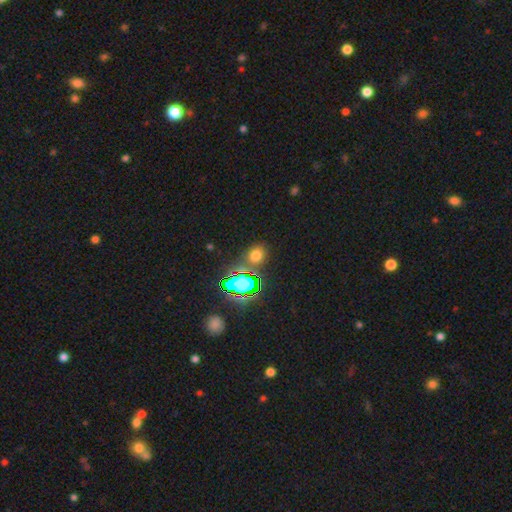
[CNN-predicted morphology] A smooth galaxy with no disk features (59%) that is round (67%).

Vote fractions:
- Smooth or featured? smooth: 59% / star or artifact: 34% / featured or disk: 7%
- How rounded? round: 67% / in between: 31% / cigar-shaped: 2%
- Merging? none: 80% / minor disturbance: 10% / merger: 7% / major disturbance: 4%